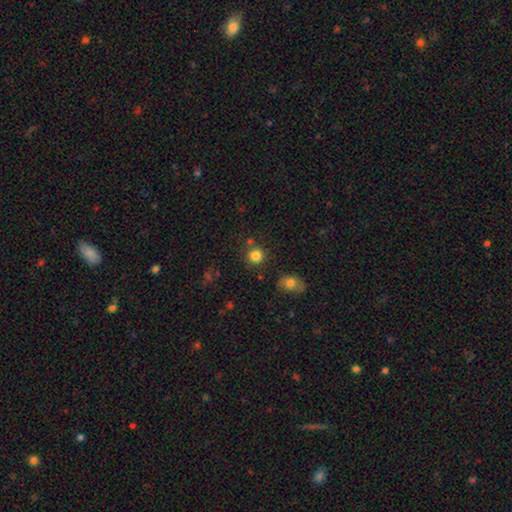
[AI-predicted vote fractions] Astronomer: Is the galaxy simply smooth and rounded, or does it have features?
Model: smooth — 83%.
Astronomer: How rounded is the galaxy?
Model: round — 90%.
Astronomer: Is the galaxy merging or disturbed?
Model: none — 80%.